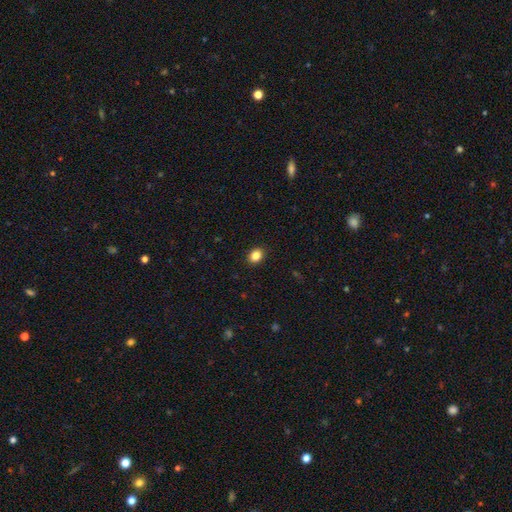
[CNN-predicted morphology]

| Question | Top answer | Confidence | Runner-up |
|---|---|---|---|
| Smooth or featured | smooth | 85% | star or artifact (10%) |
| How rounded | in between | 53% | round (46%) |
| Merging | none | 91% | minor disturbance (6%) |